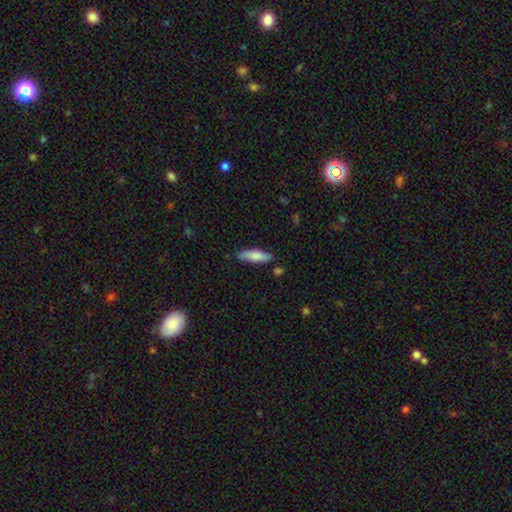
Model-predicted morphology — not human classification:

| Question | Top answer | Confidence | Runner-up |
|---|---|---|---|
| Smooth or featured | smooth | 76% | featured or disk (18%) |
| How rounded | cigar-shaped | 55% | in between (43%) |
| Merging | none | 79% | minor disturbance (15%) |